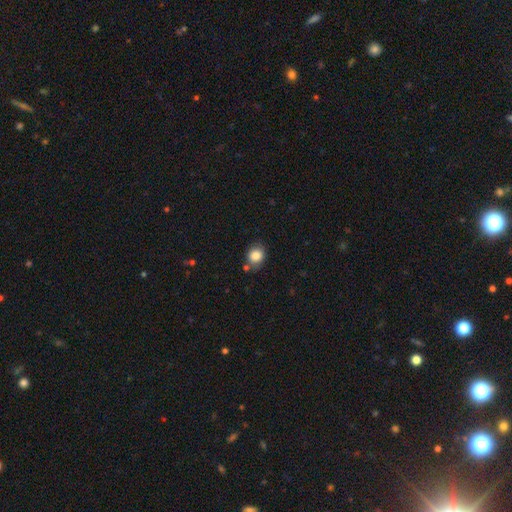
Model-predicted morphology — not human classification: Smooth or featured? smooth (84%)
How rounded? round (63%)
Merging? none (74%)